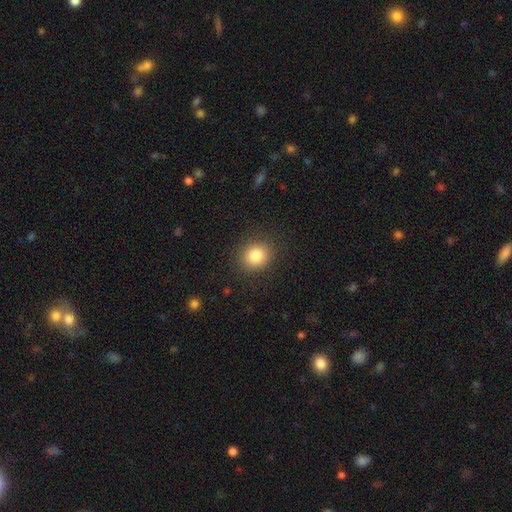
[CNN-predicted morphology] Smooth or featured? smooth (83%)
How rounded? round (79%)
Merging? none (88%)